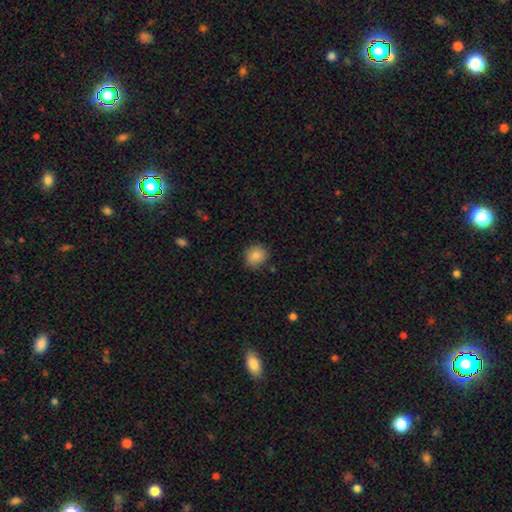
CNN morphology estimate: Smooth or featured? Predicted: smooth (p=0.86). How rounded? Predicted: round (p=0.81). Merging? Predicted: none (p=0.86).